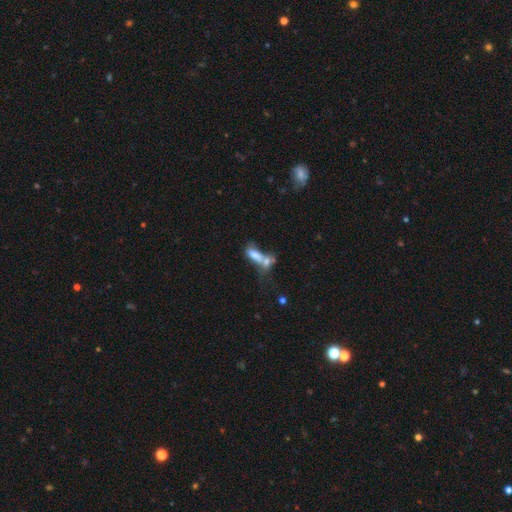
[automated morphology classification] Overall: smooth (64%; featured or disk 25%). How rounded: in between (67%; cigar-shaped 28%). Merging: merger (60%).